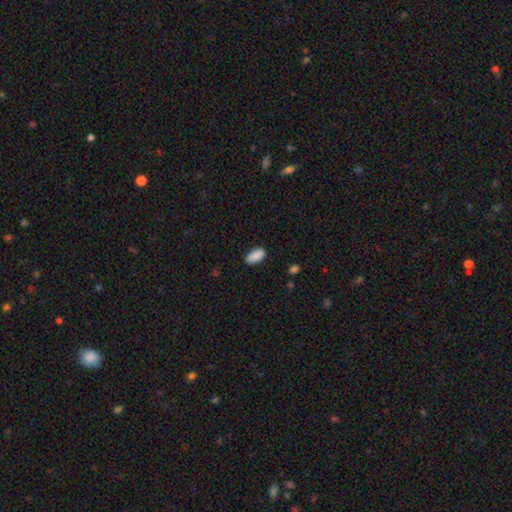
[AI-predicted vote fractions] A smooth galaxy with no disk features (89%) that is in between round and cigar-shaped (93%).

Vote fractions:
- Smooth or featured? smooth: 89% / star or artifact: 7% / featured or disk: 4%
- How rounded? in between: 93% / cigar-shaped: 5% / round: 2%
- Merging? none: 85% / minor disturbance: 11% / major disturbance: 2% / merger: 1%